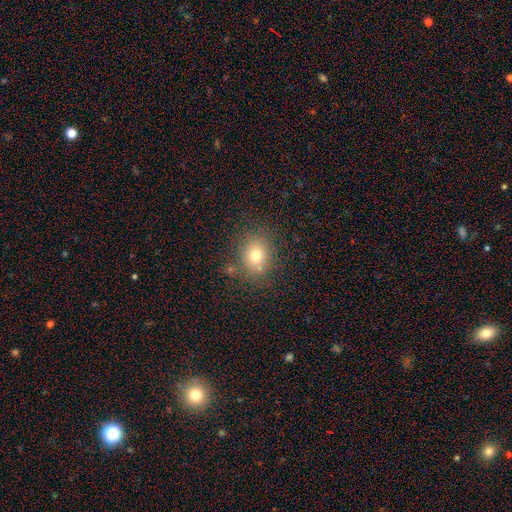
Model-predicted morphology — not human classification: Overall: smooth (72%). How rounded: round (68%; in between 31%). Merging: none (79%).